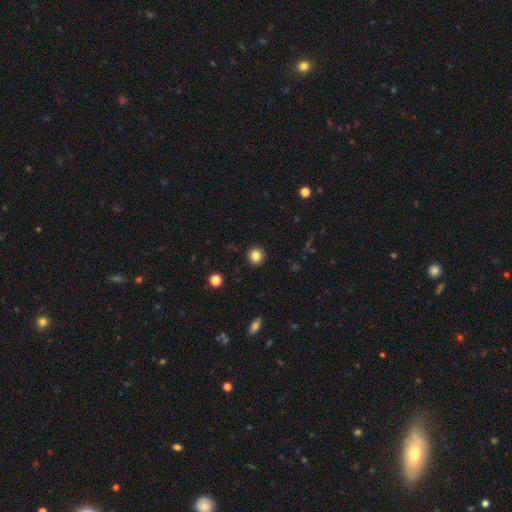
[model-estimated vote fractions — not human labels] This appears to be a smooth galaxy with no disk features (83%) that is round (92%). Merging: none (93%).